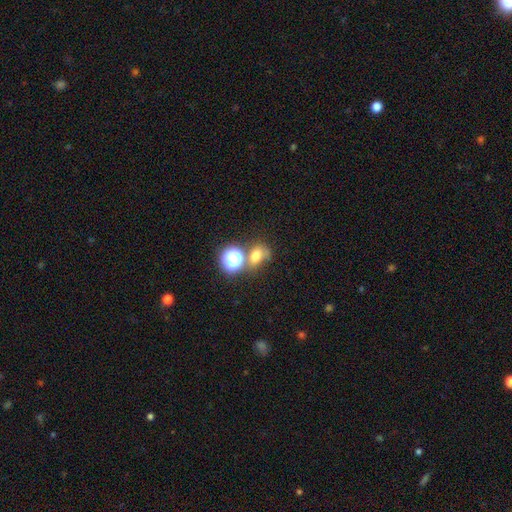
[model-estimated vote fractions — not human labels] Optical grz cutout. It shows a smooth galaxy with no disk features (65%) that is round (50%). Merging: none (47%).